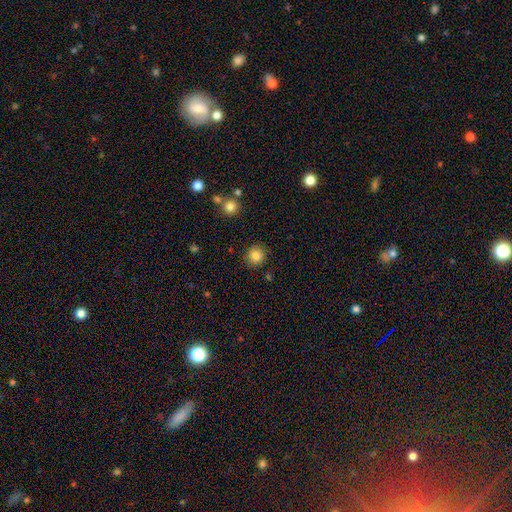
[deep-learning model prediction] The model was most divided on "smooth or featured": smooth: 84%, star or artifact: 11%, featured or disk: 5%. More confident: how rounded — round (92%); merging — none (88%).